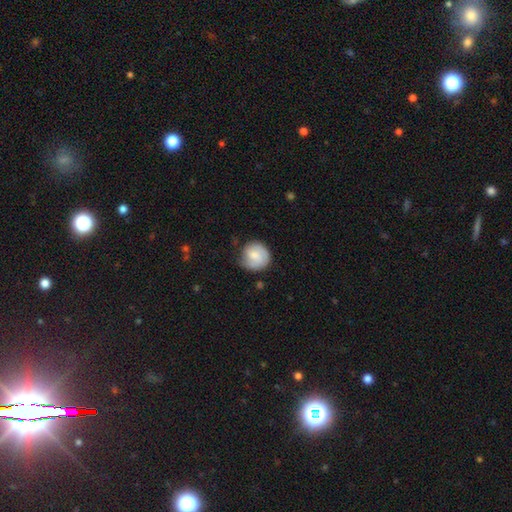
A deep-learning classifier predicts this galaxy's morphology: This appears to be a smooth galaxy with no disk features (61%) that is round (87%). Merging: none (63%).